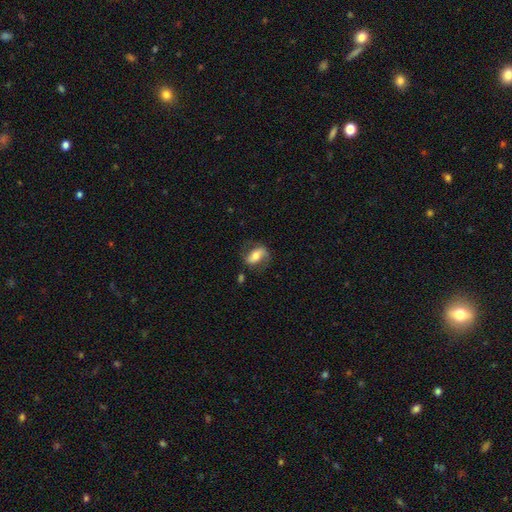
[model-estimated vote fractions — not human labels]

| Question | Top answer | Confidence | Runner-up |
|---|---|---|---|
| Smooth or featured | smooth | 49% | featured or disk (44%) |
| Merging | none | 66% | minor disturbance (21%) |